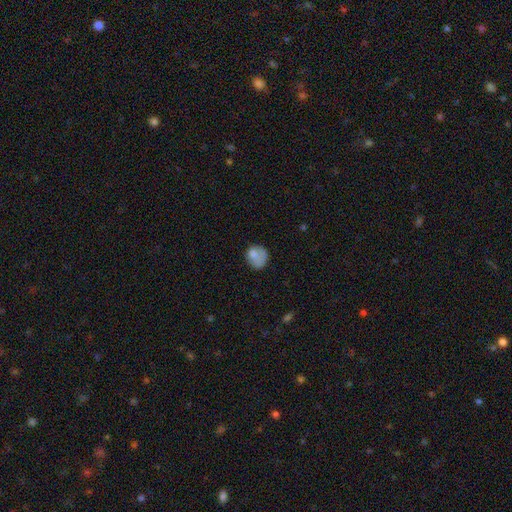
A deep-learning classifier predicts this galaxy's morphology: Q: Smooth or featured?
A: smooth (74%); runner-up: featured or disk (17%)
Q: How rounded?
A: round (66%); runner-up: in between (33%)
Q: Merging?
A: none (49%); runner-up: minor disturbance (28%)